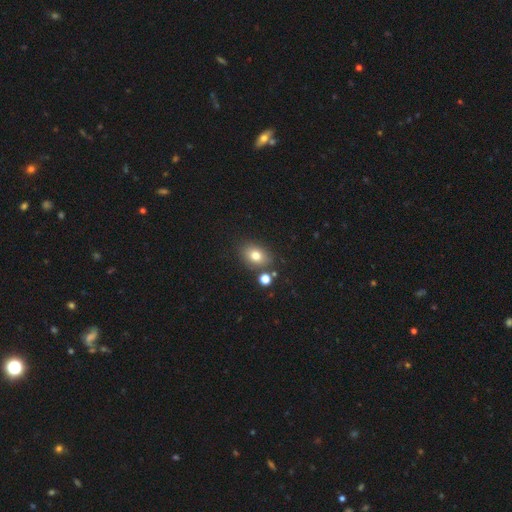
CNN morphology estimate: smooth_or_featured: smooth (p=0.77) [alt: star or artifact p=0.12]
how_rounded: in between (p=0.65) [alt: round p=0.33]
merging: none (p=0.77) [alt: minor disturbance p=0.11]